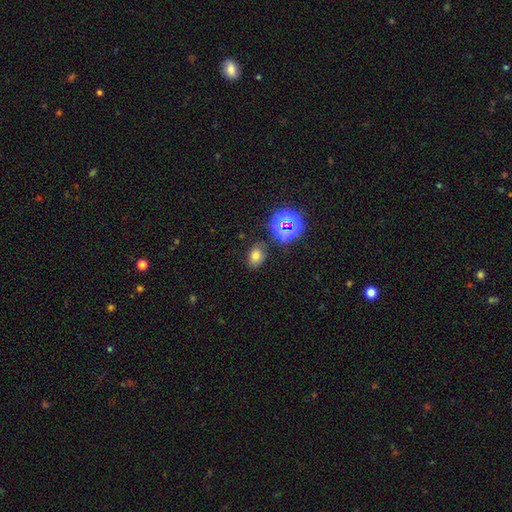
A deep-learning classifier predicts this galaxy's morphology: The model was most divided on "how rounded": in between: 70%, round: 29%, cigar-shaped: 1%. More confident: merging — none (78%); smooth or featured — smooth (68%).